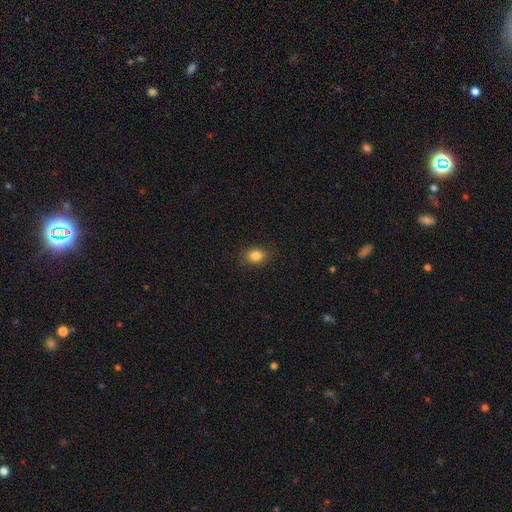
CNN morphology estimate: Smooth or featured?
  - smooth: 84% *
  - star or artifact: 11%
  - featured or disk: 5%
How rounded?
  - in between: 53% *
  - round: 46%
  - cigar-shaped: 1%
Merging?
  - none: 87% *
  - minor disturbance: 9%
  - major disturbance: 2%
  - merger: 1%